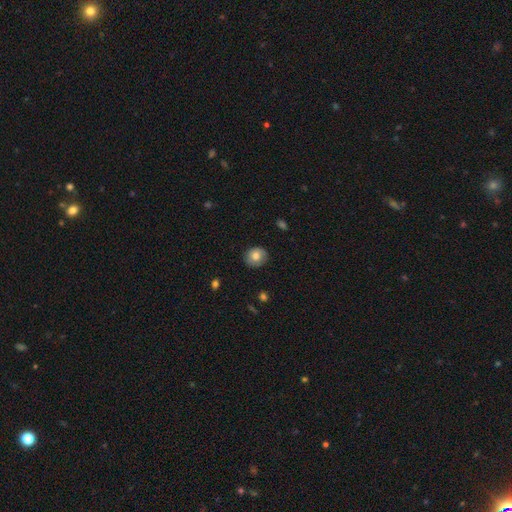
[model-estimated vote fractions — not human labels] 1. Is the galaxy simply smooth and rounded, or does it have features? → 78% smooth, 13% featured or disk, 8% star or artifact.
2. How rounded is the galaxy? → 76% round, 23% in between, 1% cigar-shaped.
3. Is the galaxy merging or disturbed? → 85% none, 11% minor disturbance, 2% major disturbance, 1% merger.